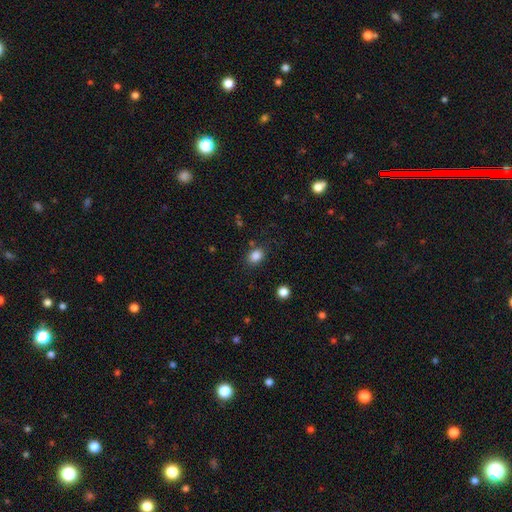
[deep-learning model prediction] smooth 85%, star or artifact 10%, featured or disk 4%. Down the decision tree: how rounded — in between (63%); merging — none (80%).